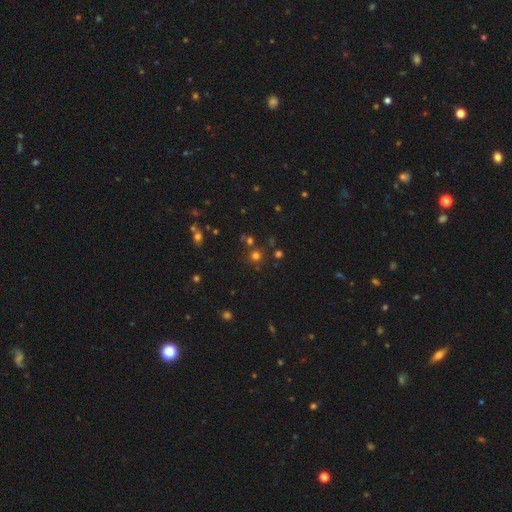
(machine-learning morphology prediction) smooth-or-featured: smooth: 64% | star or artifact: 30% | featured or disk: 6%
  how-rounded: round: 93% | in between: 6% | cigar-shaped: 1%
  merging: none: 80% | merger: 10% | minor disturbance: 7% | major disturbance: 3%